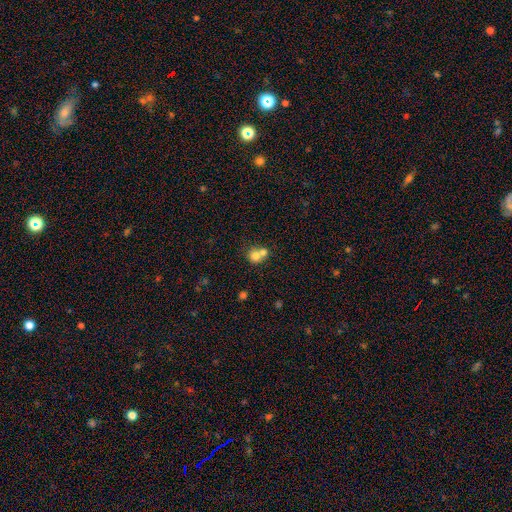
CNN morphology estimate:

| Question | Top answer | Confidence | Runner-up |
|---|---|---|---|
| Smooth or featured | smooth | 74% | featured or disk (15%) |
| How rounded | round | 81% | in between (18%) |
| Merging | merger | 60% | none (31%) |